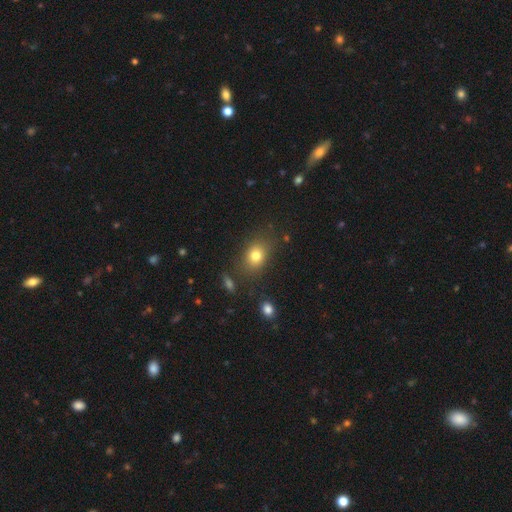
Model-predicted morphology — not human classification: The model was most divided on "how rounded": in between: 61%, round: 38%, cigar-shaped: 1%. More confident: merging — none (79%); smooth or featured — smooth (79%).